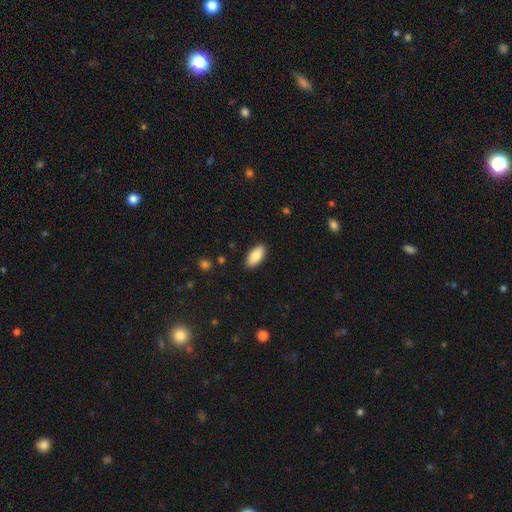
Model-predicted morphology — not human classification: smooth-or-featured: smooth: 85% | featured or disk: 9% | star or artifact: 6%
  how-rounded: in between: 89% | cigar-shaped: 9% | round: 2%
  merging: none: 89% | minor disturbance: 8% | major disturbance: 2% | merger: 1%